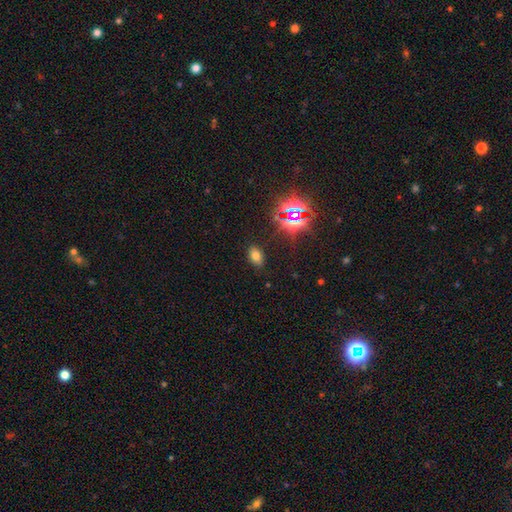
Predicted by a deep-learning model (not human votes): Overall: smooth (66%). How rounded: in between (88%). Merging: none (86%).